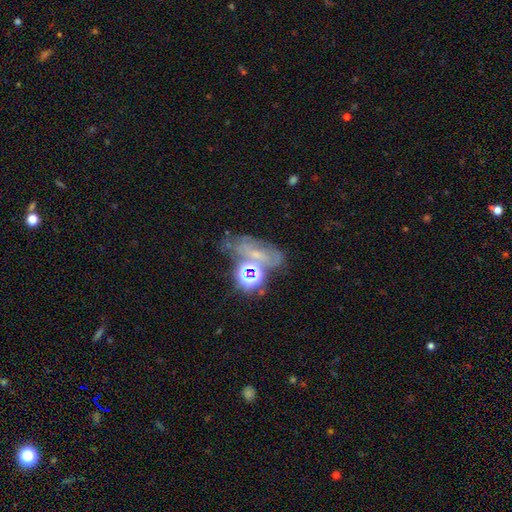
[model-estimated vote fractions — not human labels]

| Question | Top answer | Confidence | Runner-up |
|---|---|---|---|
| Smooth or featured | featured or disk | 38% | star or artifact (36%) |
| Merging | none | 41% | merger (21%) |